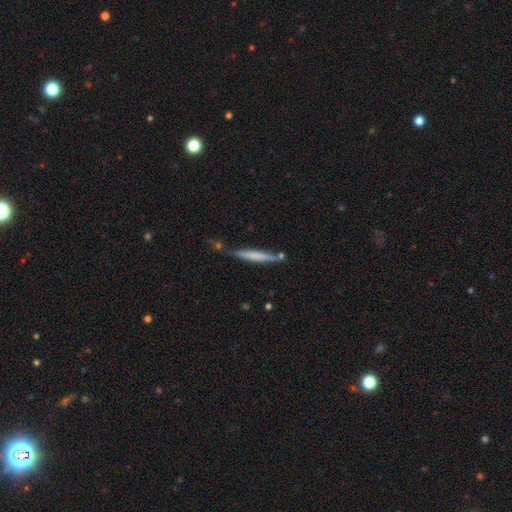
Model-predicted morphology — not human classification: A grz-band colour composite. It shows a smooth galaxy with no disk features (52%) that is cigar-shaped (95%). Merging: none (72%).